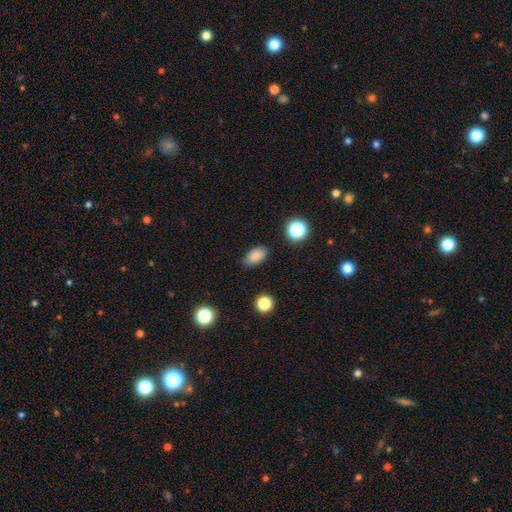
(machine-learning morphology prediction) type=smooth (84%); roundness=in between (89%); merging=none (84%).